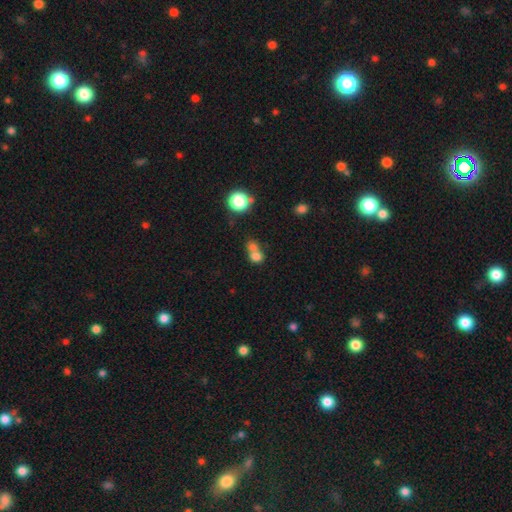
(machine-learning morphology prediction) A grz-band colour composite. It shows a smooth galaxy with no disk features (73%) that is round (63%). Merging: merger (61%).